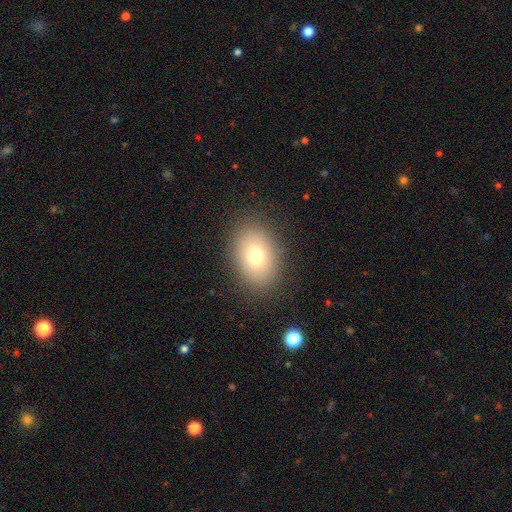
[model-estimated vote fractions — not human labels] Smooth or featured: smooth — 76% (featured or disk — 14%)
How rounded: in between — 77% (round — 22%)
Merging: none — 86% (minor disturbance — 9%)